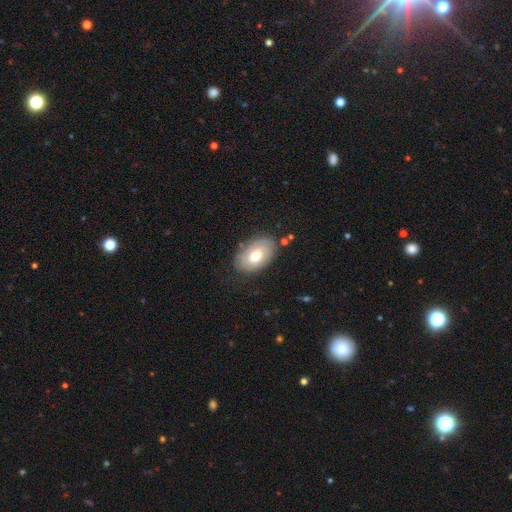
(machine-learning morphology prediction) The model was most divided on "smooth or featured": smooth: 56%, featured or disk: 38%, star or artifact: 7%. More confident: how rounded — in between (91%); merging — none (77%).